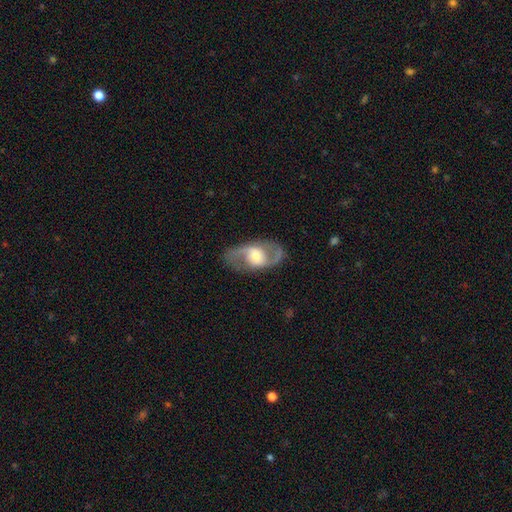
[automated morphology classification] type=featured or disk (82%); edge-on=no (95%); bar=no (42%); spiral arms=yes (89%); winding=medium (52%); arm count=2 (91%); bulge=moderate (58%); merging=none (84%).